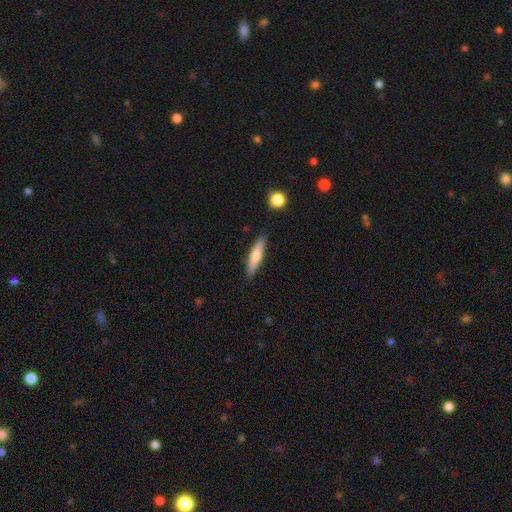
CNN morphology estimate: A smooth galaxy with no disk features (62%) that is cigar-shaped (80%). Merging: none (87%).